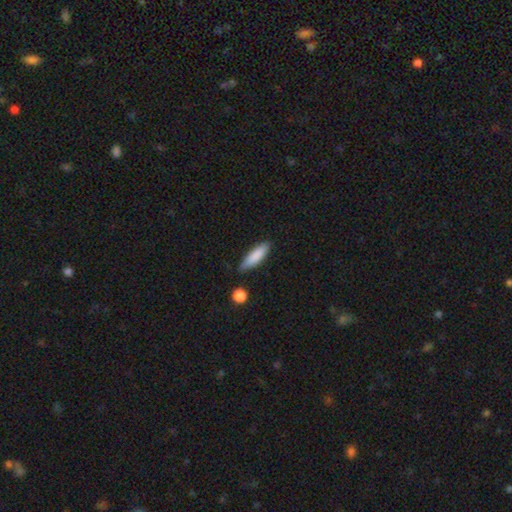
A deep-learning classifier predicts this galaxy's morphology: smooth-or-featured: smooth: 85% | featured or disk: 9% | star or artifact: 6%
  how-rounded: cigar-shaped: 59% | in between: 40% | round: 2%
  merging: none: 77% | minor disturbance: 17% | major disturbance: 3% | merger: 3%